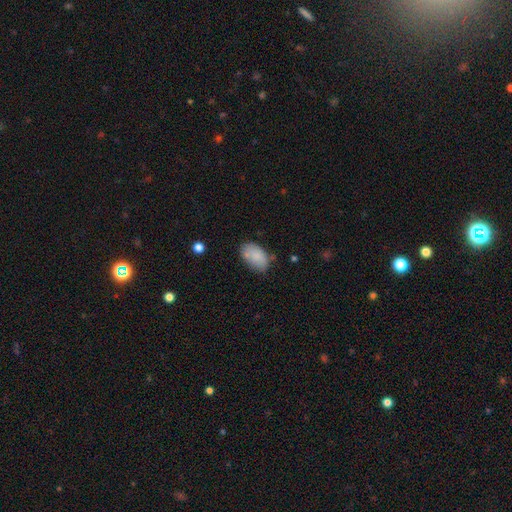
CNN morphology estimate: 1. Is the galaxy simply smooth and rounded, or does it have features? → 82% smooth, 11% featured or disk, 7% star or artifact.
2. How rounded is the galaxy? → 93% in between, 6% round, 1% cigar-shaped.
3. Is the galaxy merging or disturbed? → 65% none, 22% minor disturbance, 7% merger, 5% major disturbance.